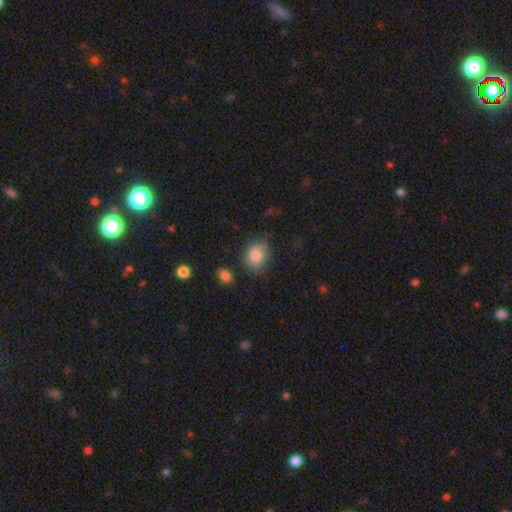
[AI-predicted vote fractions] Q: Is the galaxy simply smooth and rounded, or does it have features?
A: smooth — 82%.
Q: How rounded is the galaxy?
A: in between — 51%.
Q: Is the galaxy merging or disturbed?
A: none — 63%.